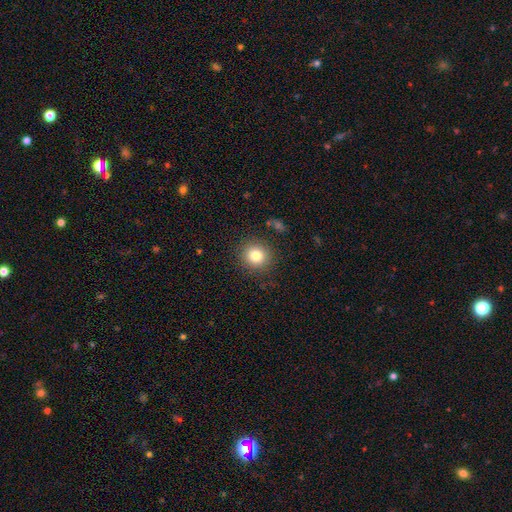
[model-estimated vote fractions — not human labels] This is clearly a smooth galaxy (82%). How rounded: clearly round (89%). Merging: clearly none (88%).